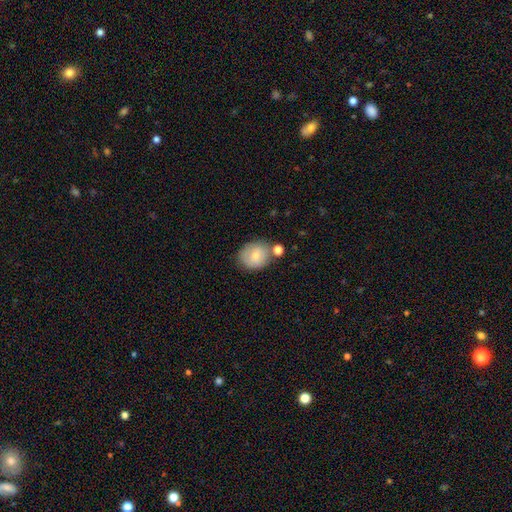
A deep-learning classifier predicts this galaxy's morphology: A smooth galaxy with no disk features (75%) that is round (63%). Merging: none (63%).